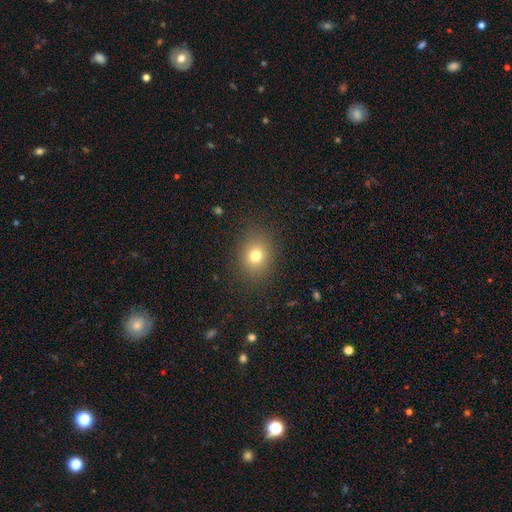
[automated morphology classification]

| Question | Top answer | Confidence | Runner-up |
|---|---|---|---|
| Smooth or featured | smooth | 75% | star or artifact (15%) |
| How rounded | round | 61% | in between (38%) |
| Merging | none | 87% | minor disturbance (9%) |